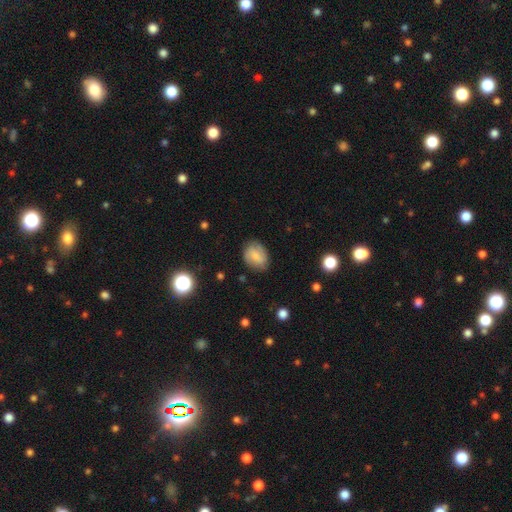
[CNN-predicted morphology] This appears to be a smooth galaxy with no disk features (70%) that is in between round and cigar-shaped (65%). Merging: none (79%).